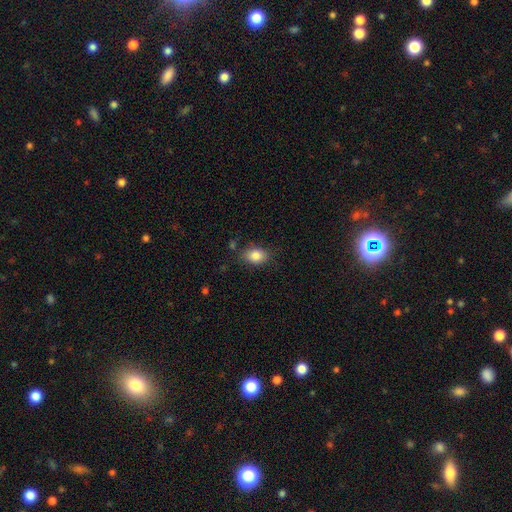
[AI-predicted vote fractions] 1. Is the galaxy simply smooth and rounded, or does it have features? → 85% smooth, 9% star or artifact, 7% featured or disk.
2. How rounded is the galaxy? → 70% in between, 29% round, 1% cigar-shaped.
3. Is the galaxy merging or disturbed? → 76% none, 17% minor disturbance, 4% major disturbance, 3% merger.